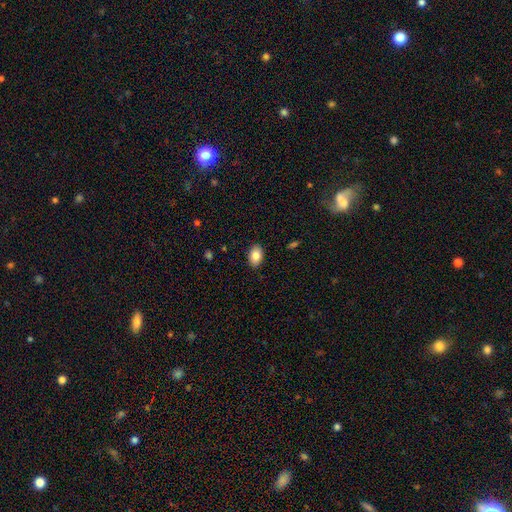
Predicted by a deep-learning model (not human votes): This is clearly a smooth galaxy (85%). How rounded: clearly in between (85%). Merging: clearly none (88%).